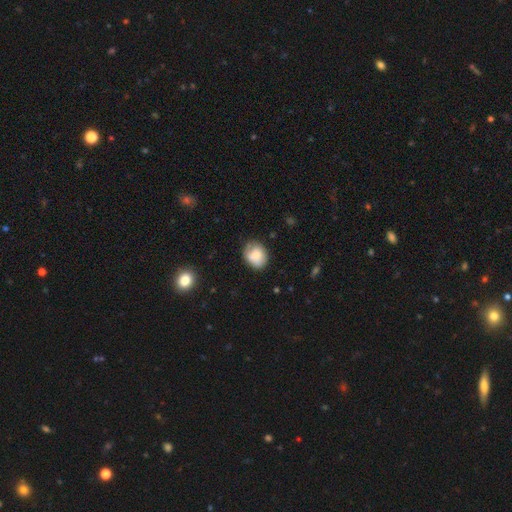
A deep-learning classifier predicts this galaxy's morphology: Smooth or featured?
  - smooth: 65% *
  - featured or disk: 27%
  - star or artifact: 8%
How rounded?
  - round: 50% *
  - in between: 49%
  - cigar-shaped: 1%
Merging?
  - none: 62% *
  - minor disturbance: 27%
  - major disturbance: 7%
  - merger: 4%